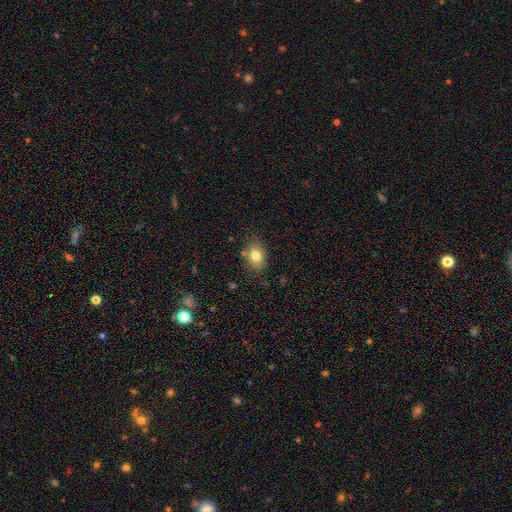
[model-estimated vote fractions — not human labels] Smooth or featured?
  - smooth: 79% *
  - featured or disk: 11%
  - star or artifact: 10%
How rounded?
  - in between: 68% *
  - round: 31%
  - cigar-shaped: 1%
Merging?
  - none: 78% *
  - minor disturbance: 15%
  - merger: 4%
  - major disturbance: 3%